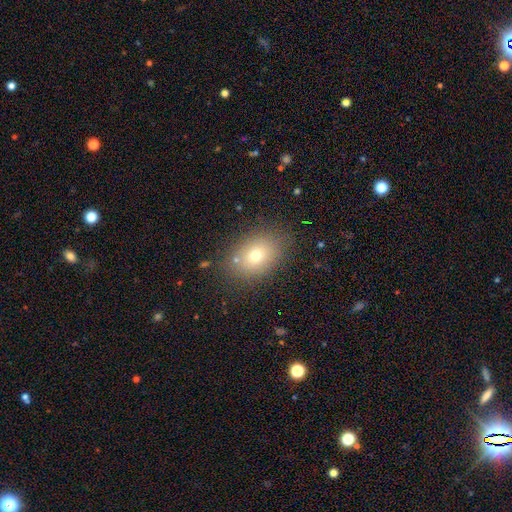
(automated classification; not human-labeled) Smooth or featured? smooth (72%)
How rounded? in between (69%)
Merging? none (81%)